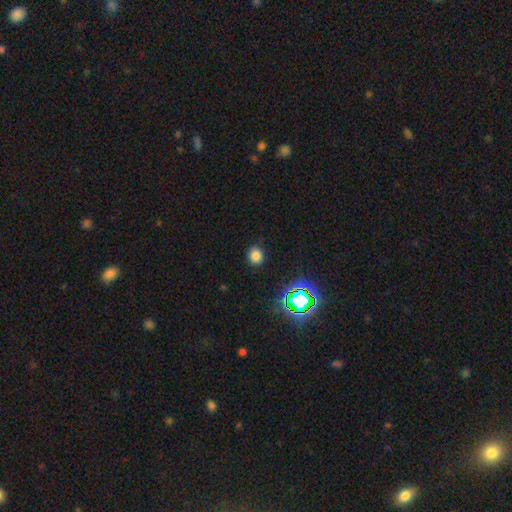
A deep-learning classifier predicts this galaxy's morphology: This is likely a smooth galaxy (76%). How rounded: likely round (80%). Merging: clearly none (88%).